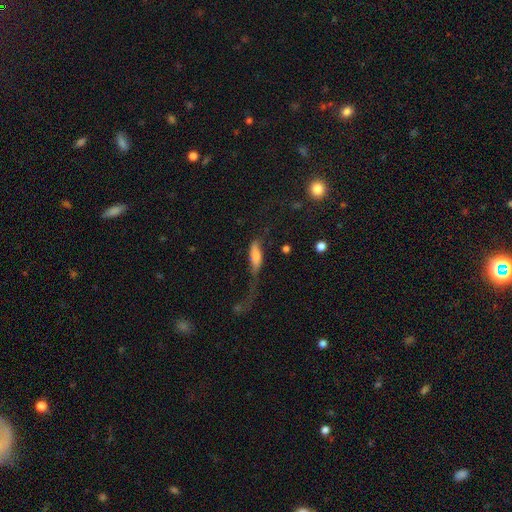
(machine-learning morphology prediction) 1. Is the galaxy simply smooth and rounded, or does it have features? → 64% smooth, 27% featured or disk, 8% star or artifact.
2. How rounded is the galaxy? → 52% in between, 45% cigar-shaped, 4% round.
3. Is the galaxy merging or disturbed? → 56% major disturbance, 19% none, 17% minor disturbance, 8% merger.